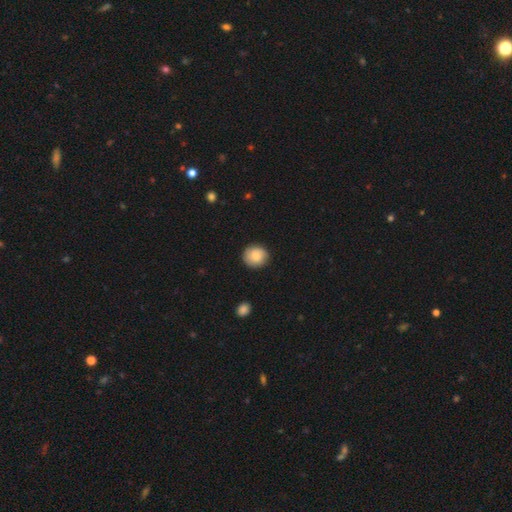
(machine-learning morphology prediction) Smooth or featured: smooth — 82% (featured or disk — 11%)
How rounded: round — 87% (in between — 12%)
Merging: none — 87% (minor disturbance — 10%)